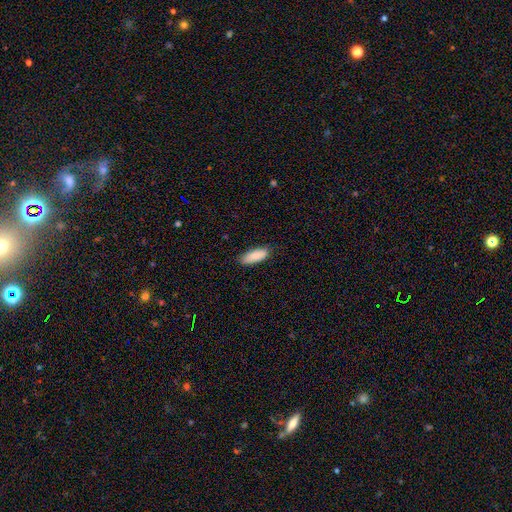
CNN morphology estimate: The model was most divided on "how rounded": in between: 68%, cigar-shaped: 31%, round: 2%. More confident: smooth or featured — smooth (89%); merging — none (84%).